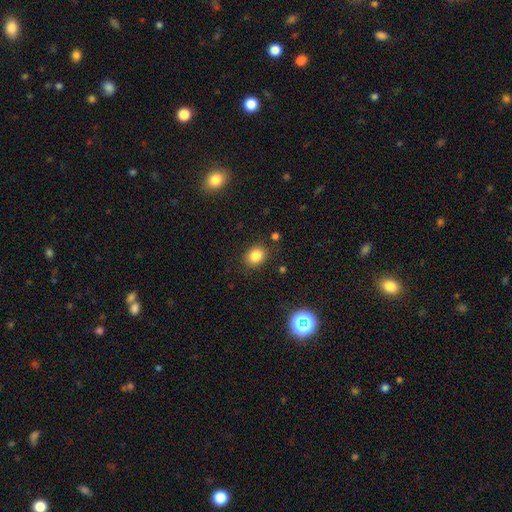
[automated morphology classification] type=smooth (82%); roundness=round (53%); merging=none (83%).